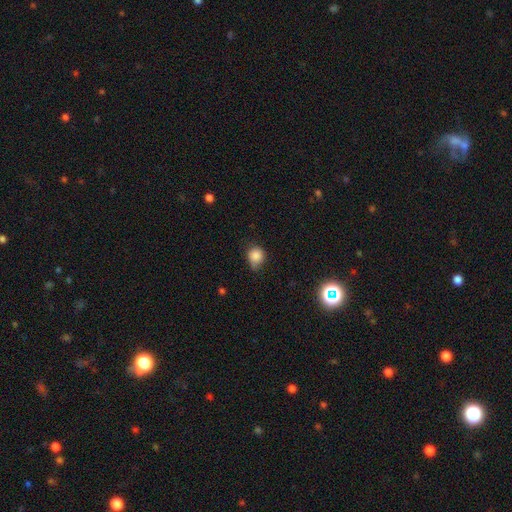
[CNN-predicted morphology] Overall: smooth (83%). How rounded: round (72%). Merging: none (54%; minor disturbance 37%).